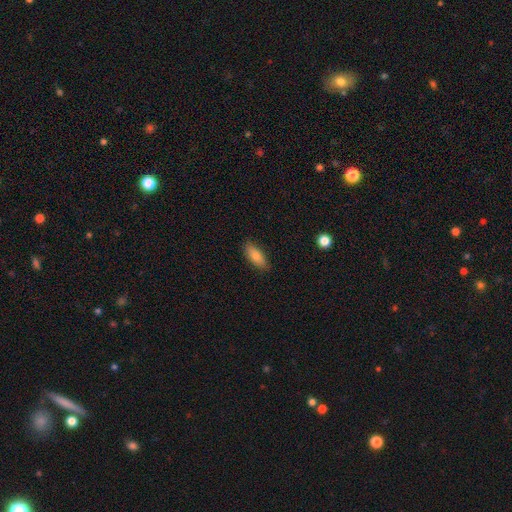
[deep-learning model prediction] The model was most divided on "how rounded": in between: 75%, cigar-shaped: 22%, round: 2%. More confident: merging — none (85%); smooth or featured — smooth (81%).